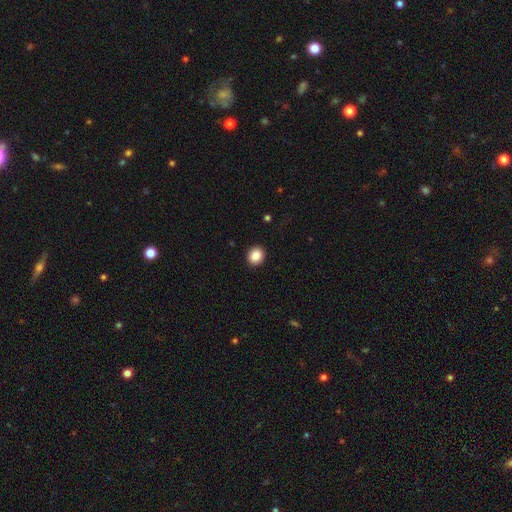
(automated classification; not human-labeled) Overall: smooth (86%). How rounded: round (78%). Merging: none (92%).